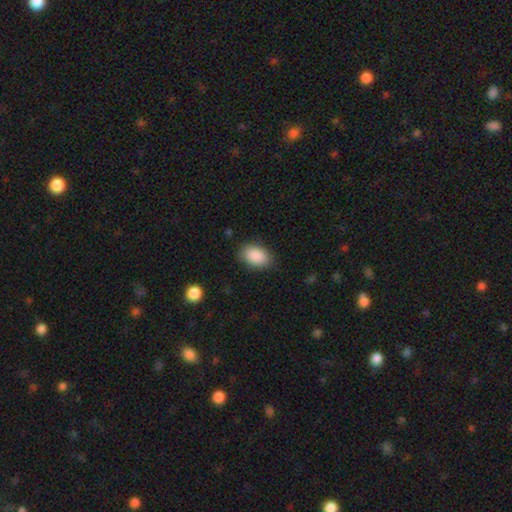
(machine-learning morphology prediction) Overall: smooth (90%). How rounded: in between (91%). Merging: none (84%).